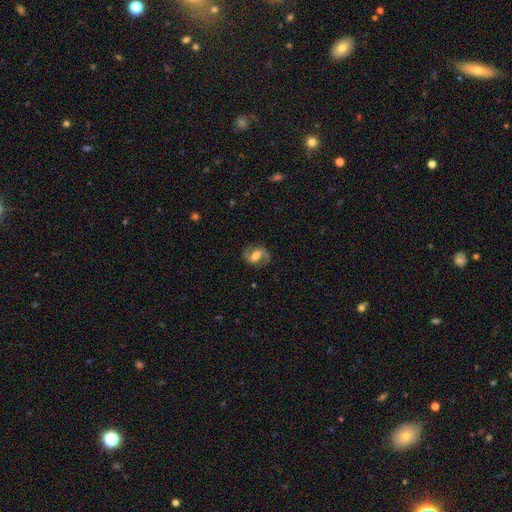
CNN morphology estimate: A featured or disk galaxy (78%) with a weak bar (46%), 2 (91%) medium (48%) spiral arms (94%) and a moderate central bulge (51%). Merging: none (80%).